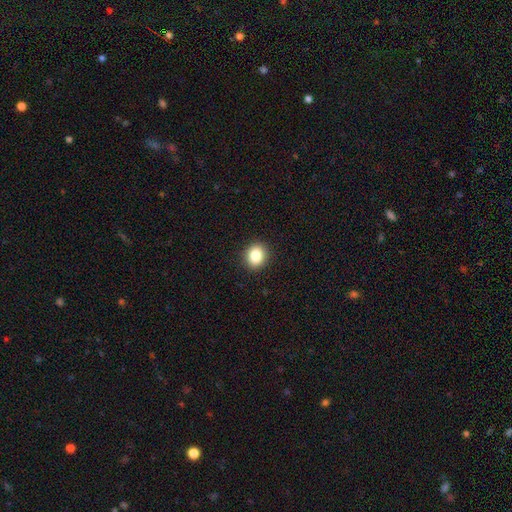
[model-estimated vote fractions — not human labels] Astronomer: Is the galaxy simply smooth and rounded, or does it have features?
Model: smooth — 85%.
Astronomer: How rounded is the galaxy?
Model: round — 72%.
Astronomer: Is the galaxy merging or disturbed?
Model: none — 91%.